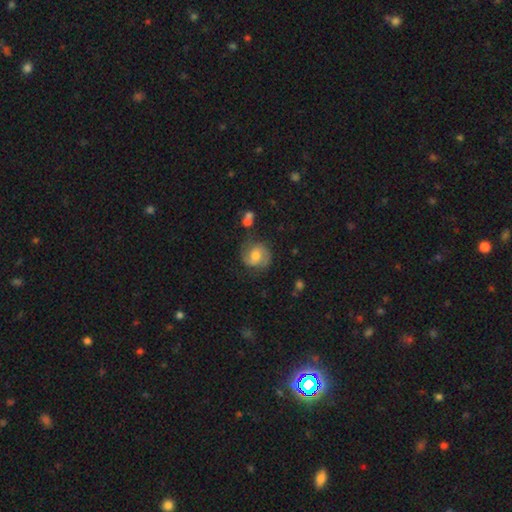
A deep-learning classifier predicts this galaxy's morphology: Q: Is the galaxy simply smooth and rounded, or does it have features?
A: featured or disk — 63%.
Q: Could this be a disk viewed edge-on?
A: no — 98%.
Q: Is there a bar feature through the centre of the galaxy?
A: no — 47%.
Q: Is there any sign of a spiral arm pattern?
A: yes — 91%.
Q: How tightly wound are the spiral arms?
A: medium — 49%.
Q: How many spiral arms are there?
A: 2 — 85%.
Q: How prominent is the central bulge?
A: moderate — 61%.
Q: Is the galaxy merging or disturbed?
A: none — 72%.